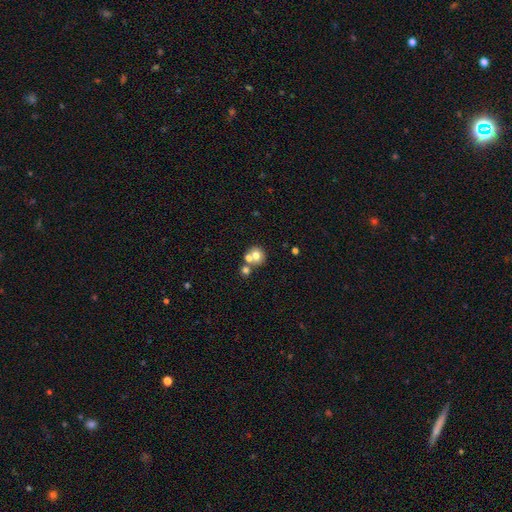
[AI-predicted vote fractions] smooth-or-featured: smooth: 70% | featured or disk: 18% | star or artifact: 13%
  how-rounded: round: 79% | in between: 20% | cigar-shaped: 1%
  merging: none: 45% | merger: 44% | minor disturbance: 8% | major disturbance: 3%